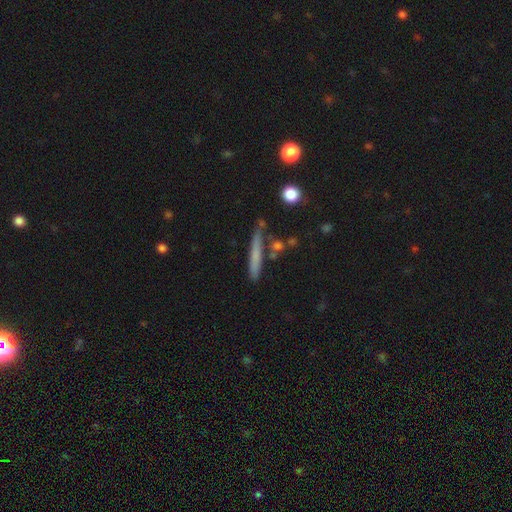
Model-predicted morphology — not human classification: type=smooth (62%); roundness=cigar-shaped (94%); merging=none (76%).